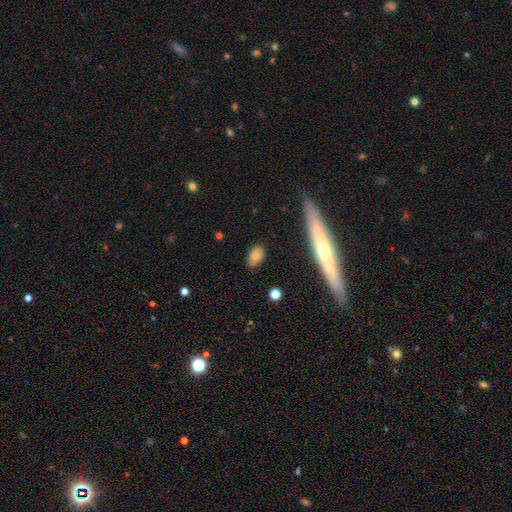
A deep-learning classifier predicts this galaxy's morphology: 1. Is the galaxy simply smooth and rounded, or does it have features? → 78% smooth, 12% featured or disk, 10% star or artifact.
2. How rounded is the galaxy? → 87% in between, 10% round, 4% cigar-shaped.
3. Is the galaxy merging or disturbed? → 83% none, 13% minor disturbance, 3% major disturbance, 2% merger.